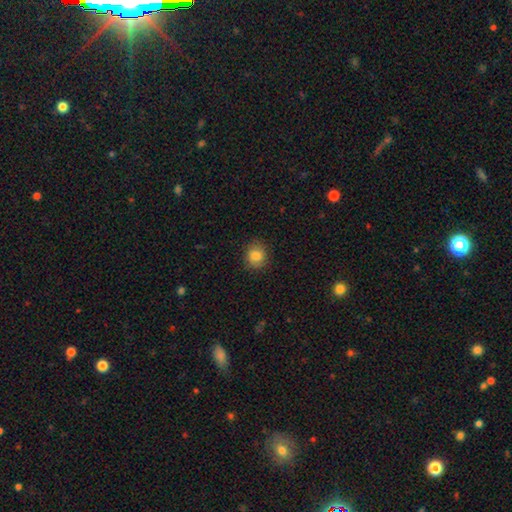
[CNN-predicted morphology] smooth 84%, star or artifact 10%, featured or disk 6%. Down the decision tree: how rounded — round (79%); merging — none (86%).